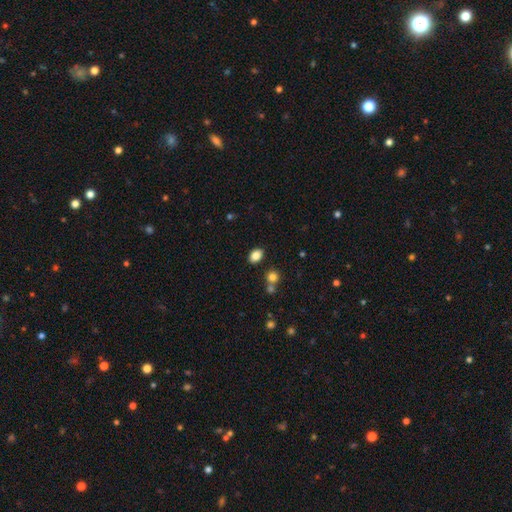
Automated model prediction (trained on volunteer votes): Smooth or featured: smooth — 85% (star or artifact — 10%)
How rounded: in between — 80% (round — 18%)
Merging: none — 83% (minor disturbance — 9%)